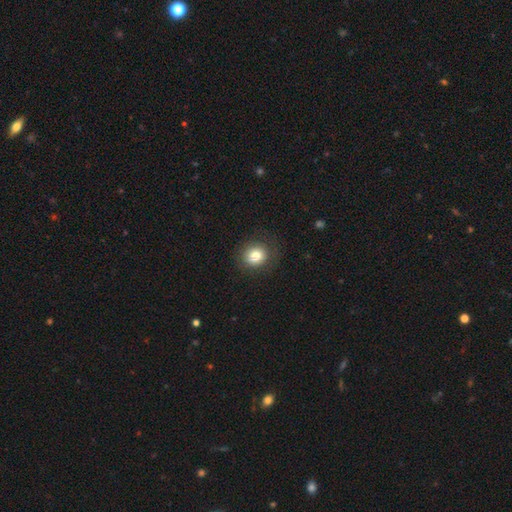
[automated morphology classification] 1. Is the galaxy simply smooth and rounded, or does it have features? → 80% smooth, 10% star or artifact, 9% featured or disk.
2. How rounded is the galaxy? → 81% round, 18% in between, 1% cigar-shaped.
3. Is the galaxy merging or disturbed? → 86% none, 9% minor disturbance, 4% major disturbance, 1% merger.